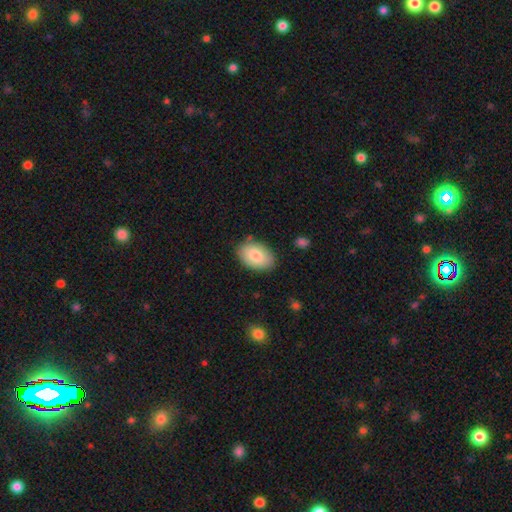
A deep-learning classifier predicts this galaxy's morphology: smooth 82%, featured or disk 12%, star or artifact 6%. Down the decision tree: how rounded — in between (91%); merging — none (82%).